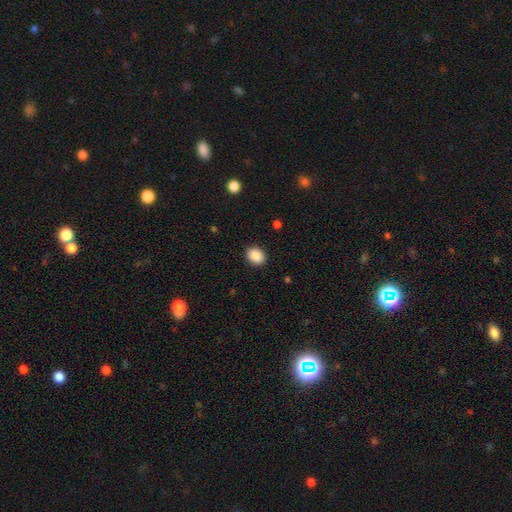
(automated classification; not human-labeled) Smooth or featured: smooth — 89% (star or artifact — 8%)
How rounded: round — 51% (in between — 48%)
Merging: none — 89% (minor disturbance — 7%)